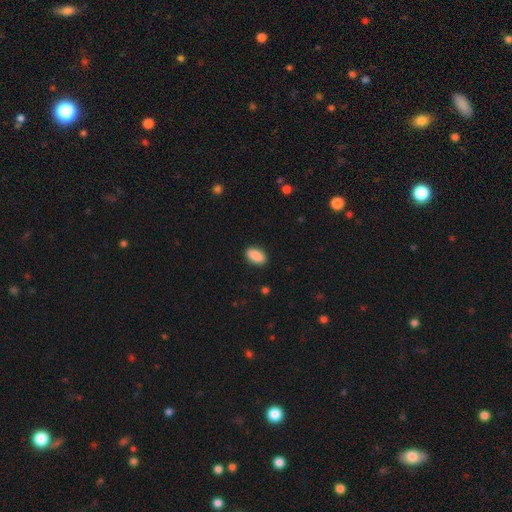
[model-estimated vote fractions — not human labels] Overall: smooth (90%). How rounded: in between (93%). Merging: none (90%).